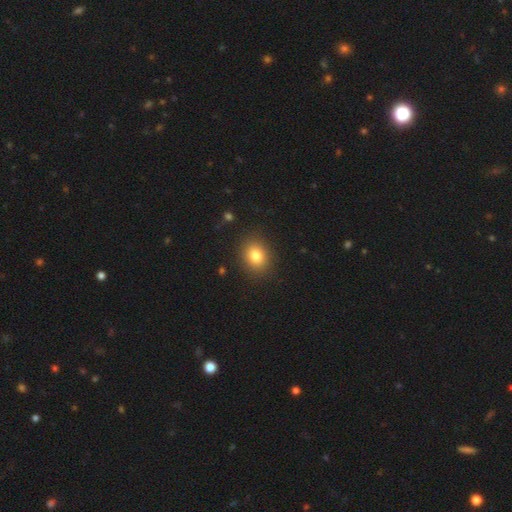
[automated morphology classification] Q: Smooth or featured?
A: smooth (82%); runner-up: star or artifact (11%)
Q: How rounded?
A: round (53%); runner-up: in between (46%)
Q: Merging?
A: none (87%); runner-up: minor disturbance (8%)